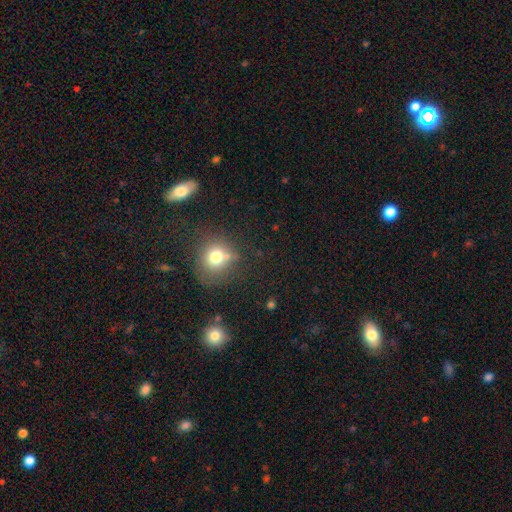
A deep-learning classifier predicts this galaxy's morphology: smooth-or-featured: smooth: 62% | star or artifact: 27% | featured or disk: 11%
  how-rounded: round: 79% | in between: 19% | cigar-shaped: 2%
  merging: none: 80% | minor disturbance: 12% | major disturbance: 5% | merger: 4%